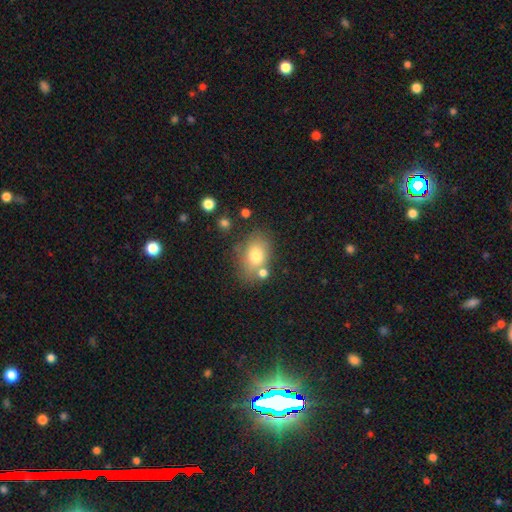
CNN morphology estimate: smooth 74%, featured or disk 16%, star or artifact 10%. Down the decision tree: how rounded — in between (72%); merging — none (65%).